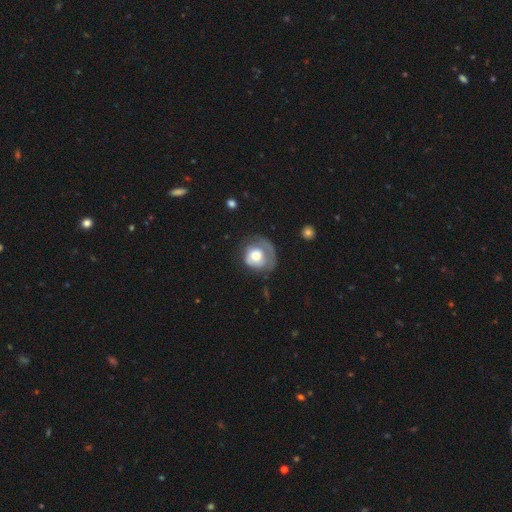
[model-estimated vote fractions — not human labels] The model was most divided on "smooth or featured": smooth: 51%, featured or disk: 42%, star or artifact: 7%. Remaining: how rounded — round (80%); merging — none (43%).